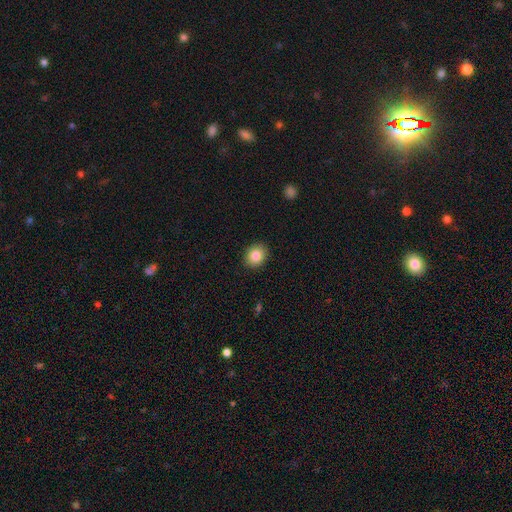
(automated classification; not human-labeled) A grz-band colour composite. It shows a smooth galaxy with no disk features (84%) that is round (57%). Merging: none (90%).